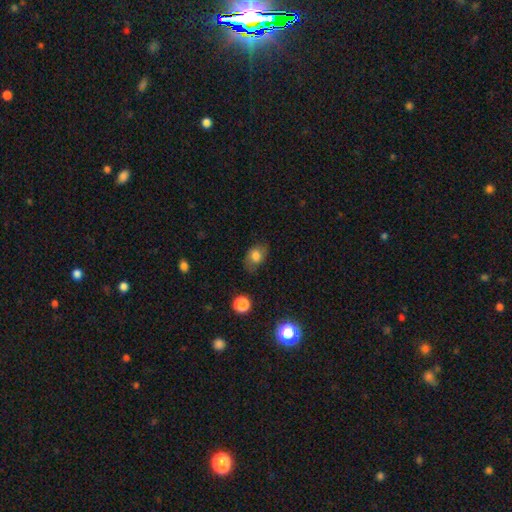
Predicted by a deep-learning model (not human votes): Q: Smooth or featured?
A: smooth (75%); runner-up: featured or disk (14%)
Q: How rounded?
A: in between (75%); runner-up: round (24%)
Q: Merging?
A: none (71%); runner-up: minor disturbance (21%)